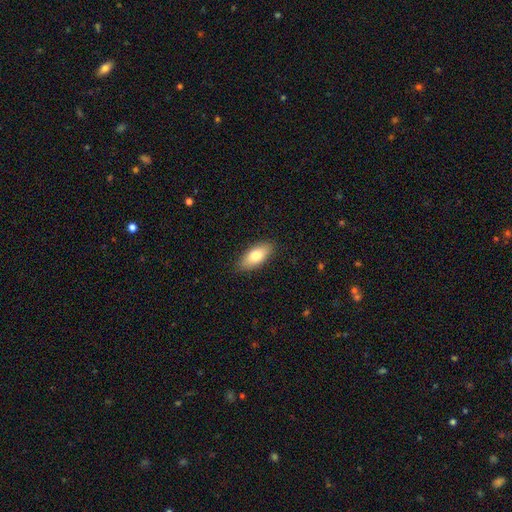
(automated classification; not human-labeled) Q: Smooth or featured?
A: smooth (78%); runner-up: featured or disk (16%)
Q: How rounded?
A: in between (83%); runner-up: cigar-shaped (14%)
Q: Merging?
A: none (88%); runner-up: minor disturbance (10%)